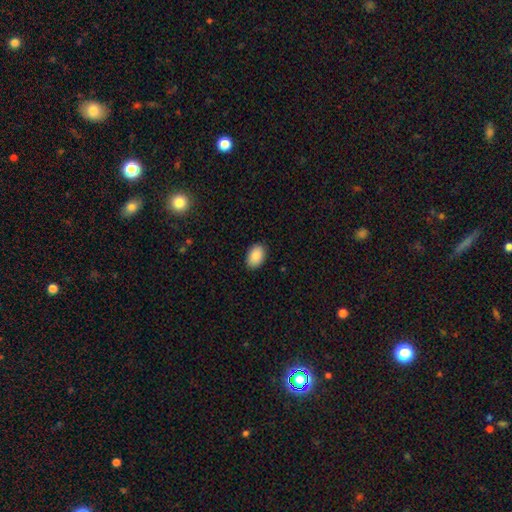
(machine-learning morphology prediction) Smooth or featured? Predicted: smooth (p=0.89). How rounded? Predicted: in between (p=0.89). Merging? Predicted: none (p=0.88).